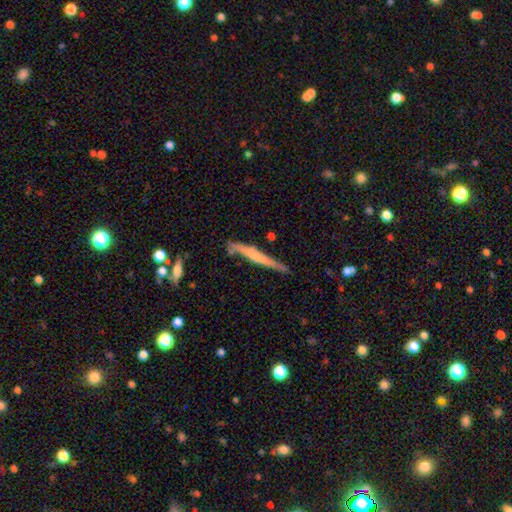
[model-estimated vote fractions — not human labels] This appears to be a featured or disk galaxy (51%) viewed edge-on (95%). Merging: none (71%).